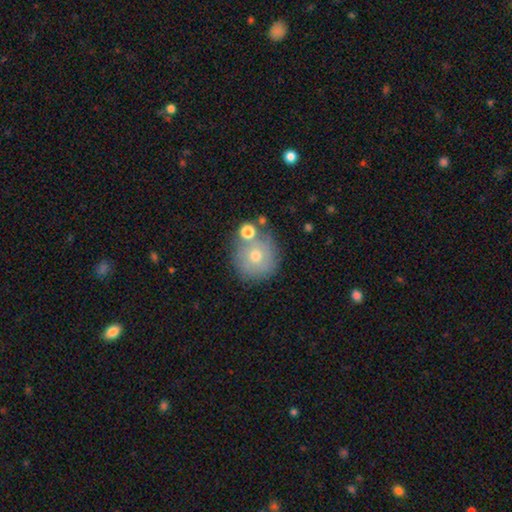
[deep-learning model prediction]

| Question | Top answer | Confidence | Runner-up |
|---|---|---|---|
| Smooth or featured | smooth | 64% | featured or disk (24%) |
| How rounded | round | 92% | in between (7%) |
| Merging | none | 67% | merger (15%) |